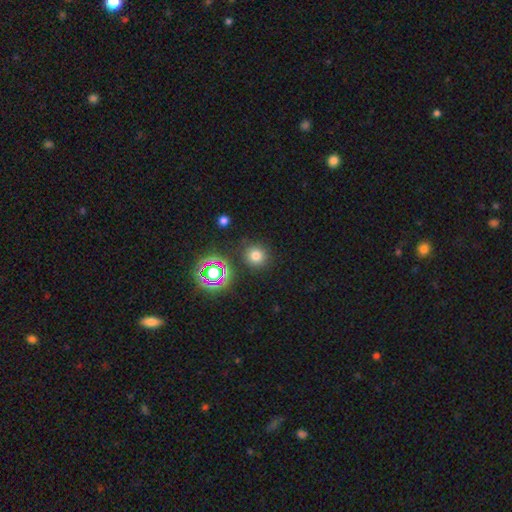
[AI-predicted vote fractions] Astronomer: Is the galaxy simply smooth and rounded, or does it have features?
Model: smooth — 72%.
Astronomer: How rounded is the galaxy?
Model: round — 90%.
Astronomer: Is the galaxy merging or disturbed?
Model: none — 86%.